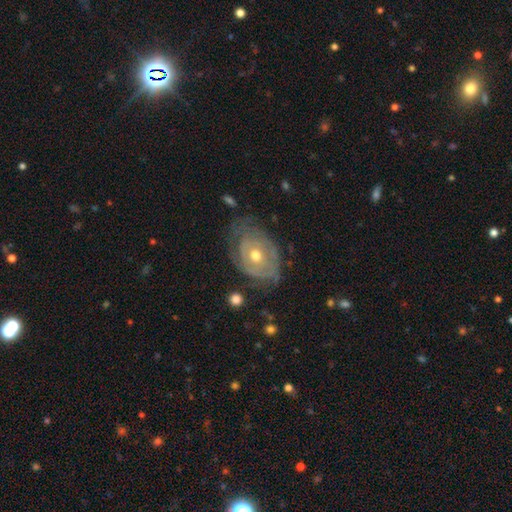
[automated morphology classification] The model was most divided on "spiral arm count": can't tell: 53%, 2: 21%, 3: 10%, 1: 8%, 4: 4%, more than 4: 4%. More confident: edge-on disk — no (95%); bar — no (84%); smooth or featured — featured or disk (75%); bulge size — moderate (72%); spiral arms — yes (72%); spiral winding — tight (71%); merging — none (59%).